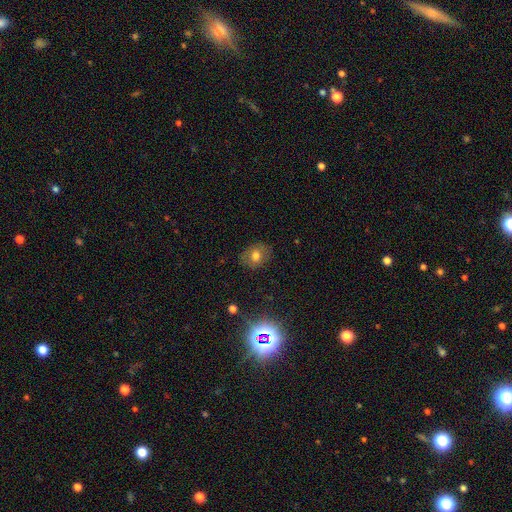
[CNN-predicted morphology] This appears to be a smooth galaxy with no disk features (67%) that is round (52%). Merging: none (81%).